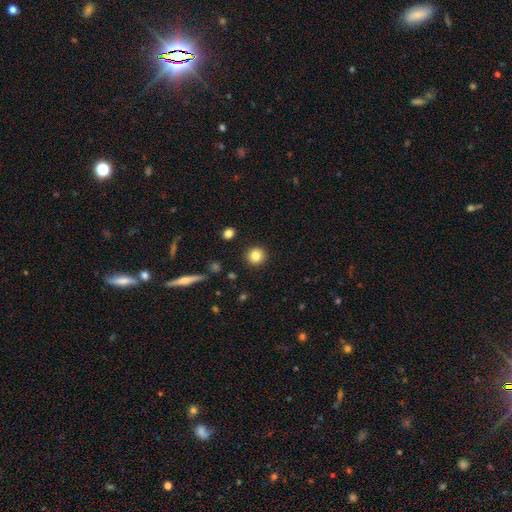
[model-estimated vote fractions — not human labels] smooth_or_featured: smooth (p=0.83) [alt: star or artifact p=0.10]
how_rounded: round (p=0.93) [alt: in between p=0.06]
merging: none (p=0.91) [alt: minor disturbance p=0.05]